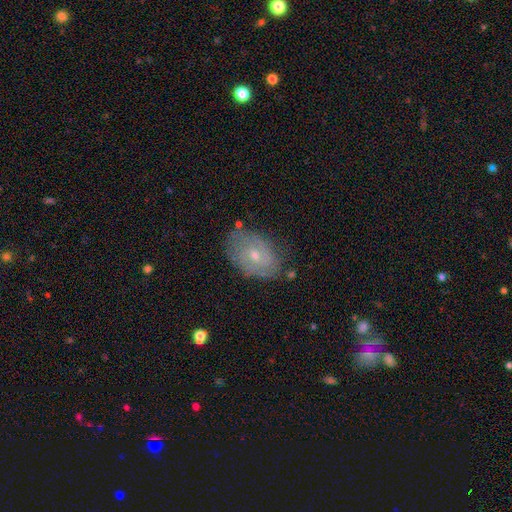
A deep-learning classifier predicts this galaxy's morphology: Overall: featured or disk (64%; smooth 28%). Edge-on disk: no (95%). Bar: no (60%; weak 35%). Spiral arms: yes (79%). Bulge size: small (49%; moderate 47%). Merging: none (72%).